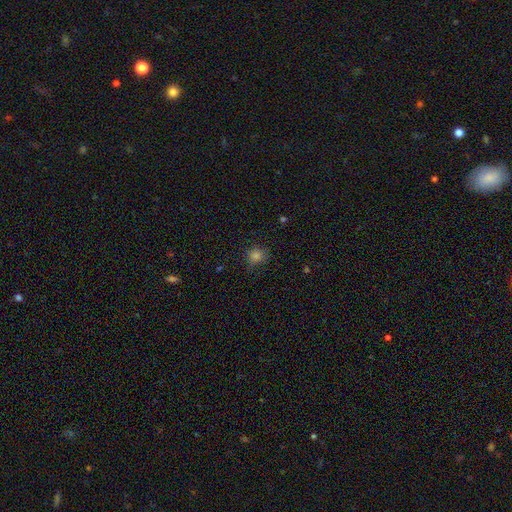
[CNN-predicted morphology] smooth_or_featured: smooth (p=0.77) [alt: star or artifact p=0.19]
how_rounded: round (p=0.87) [alt: in between p=0.12]
merging: none (p=0.83) [alt: minor disturbance p=0.12]